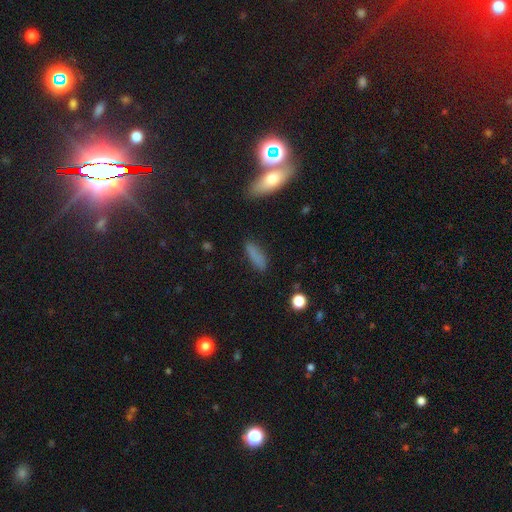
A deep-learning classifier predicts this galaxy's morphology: type=smooth (81%); roundness=cigar-shaped (56%); merging=none (80%).